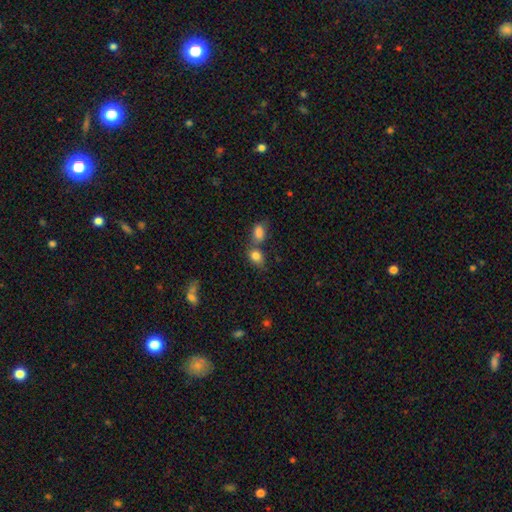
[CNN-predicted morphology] This appears to be a smooth galaxy with no disk features (82%) that is in between round and cigar-shaped (74%). Merging: none (43%).